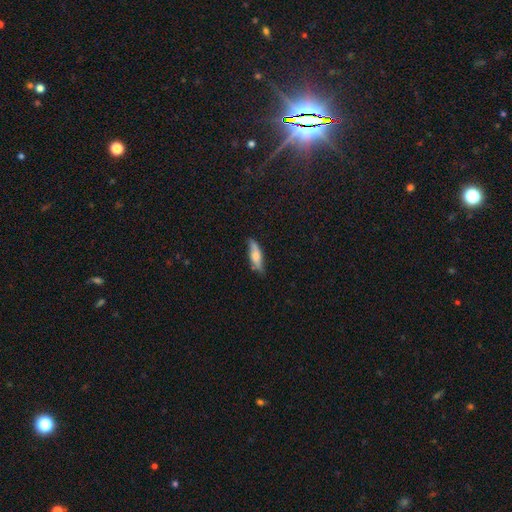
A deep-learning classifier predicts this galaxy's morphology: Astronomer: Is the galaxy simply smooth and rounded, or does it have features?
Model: smooth — 61%.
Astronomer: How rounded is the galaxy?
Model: cigar-shaped — 55% (runner-up: in between, 43%).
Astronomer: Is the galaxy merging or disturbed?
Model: none — 74%.